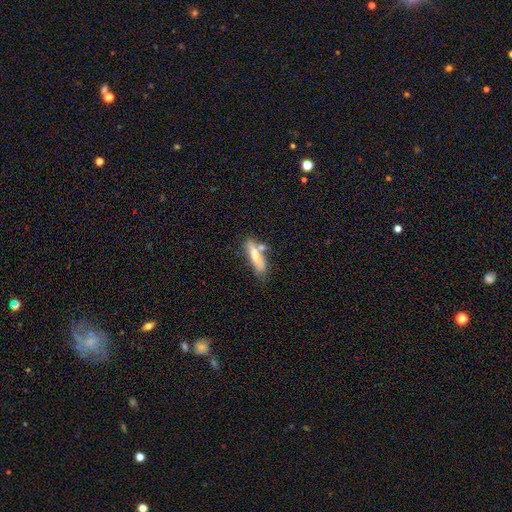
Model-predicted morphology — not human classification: Smooth or featured?
  - smooth: 70% *
  - featured or disk: 24%
  - star or artifact: 7%
How rounded?
  - cigar-shaped: 71% *
  - in between: 27%
  - round: 2%
Merging?
  - none: 55% *
  - merger: 21%
  - minor disturbance: 18%
  - major disturbance: 6%